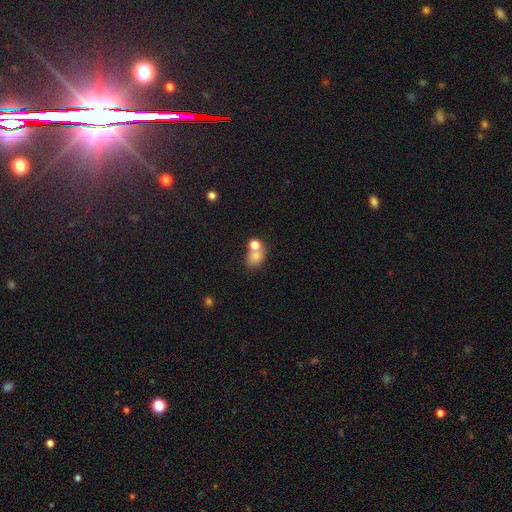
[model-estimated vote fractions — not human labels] Morphology: type=smooth (74%); roundness=round (54%); merging=merger (56%).